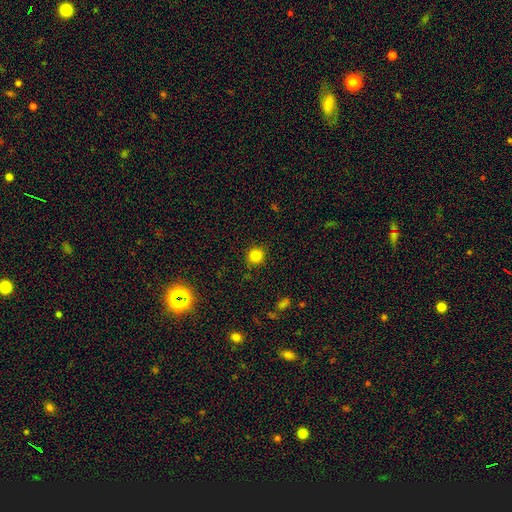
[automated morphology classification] smooth-or-featured: smooth: 83% | star or artifact: 13% | featured or disk: 4%
  how-rounded: round: 91% | in between: 8% | cigar-shaped: 1%
  merging: none: 86% | minor disturbance: 10% | major disturbance: 3% | merger: 1%